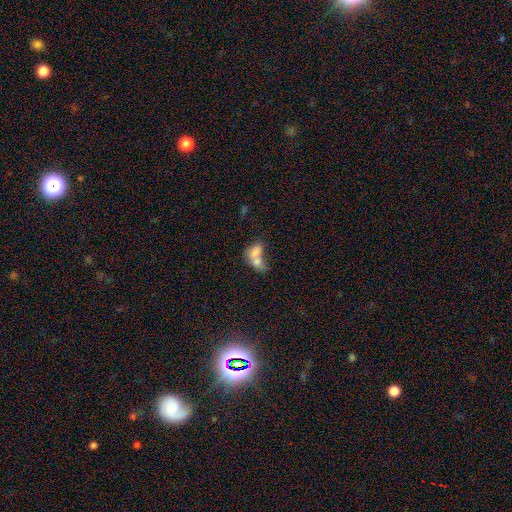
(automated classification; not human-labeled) This is likely a smooth galaxy (70%). How rounded: likely in between (80%). Merging: likely merger (72%).